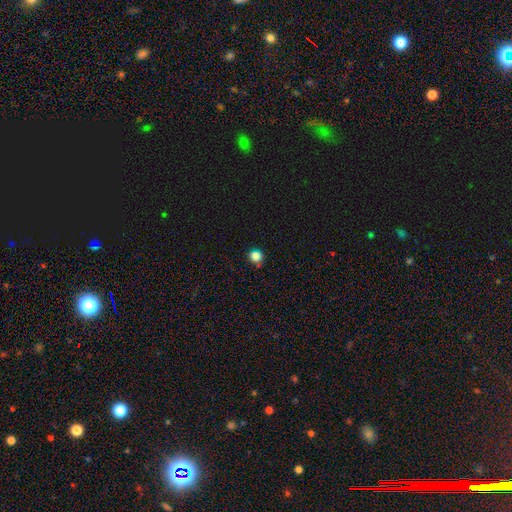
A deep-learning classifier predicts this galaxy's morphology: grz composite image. It shows a smooth galaxy with no disk features (81%) that is round (86%). Merging: none (83%).